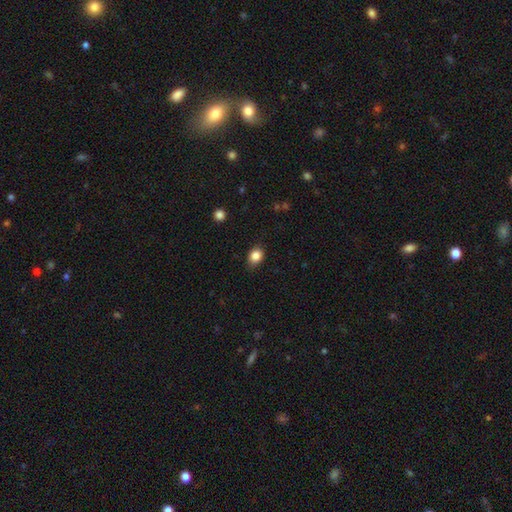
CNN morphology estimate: A smooth galaxy with no disk features (85%) that is in between round and cigar-shaped (61%). Merging: none (79%).